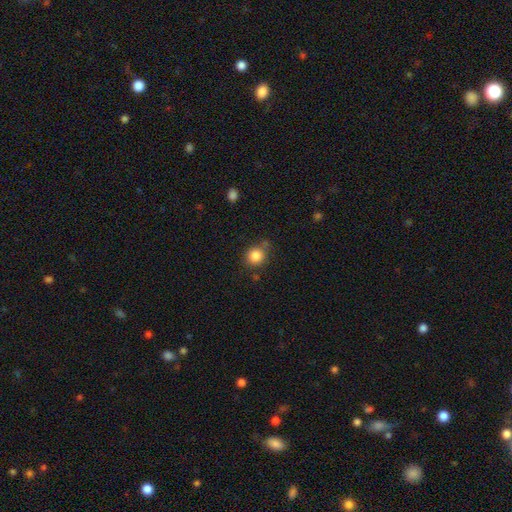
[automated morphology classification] A smooth galaxy with no disk features (85%) that is round (88%). Merging: none (74%).